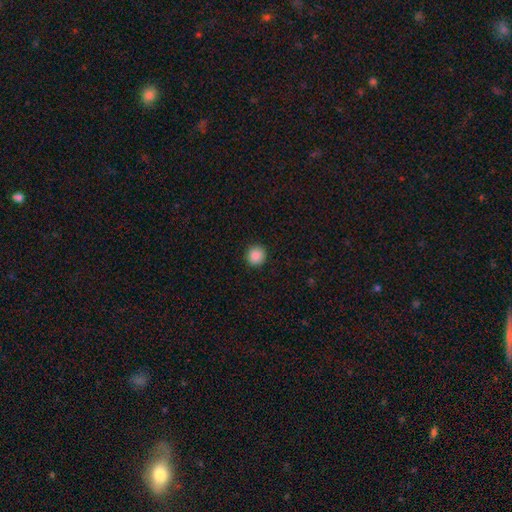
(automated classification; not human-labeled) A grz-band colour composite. It shows a smooth galaxy with no disk features (89%) that is round (92%). Merging: none (91%).